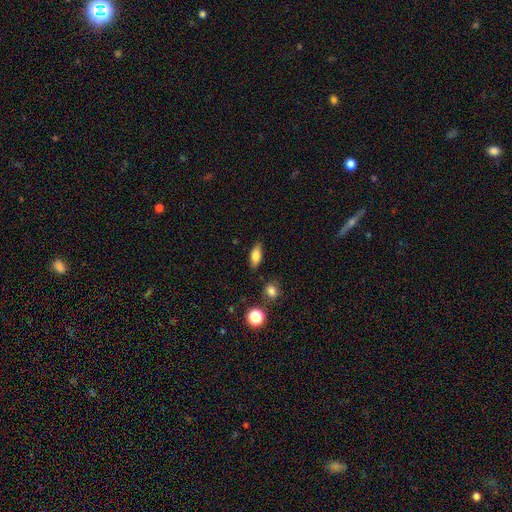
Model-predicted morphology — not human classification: This appears to be a smooth galaxy with no disk features (78%) that is in between round and cigar-shaped (80%). Merging: none (84%).